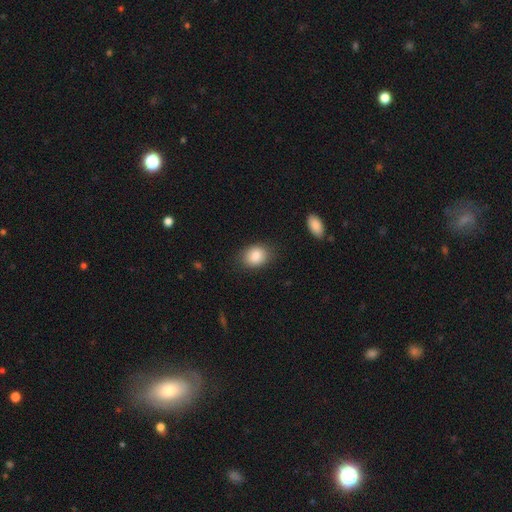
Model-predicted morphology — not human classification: type=smooth (86%); roundness=in between (59%); merging=none (83%).